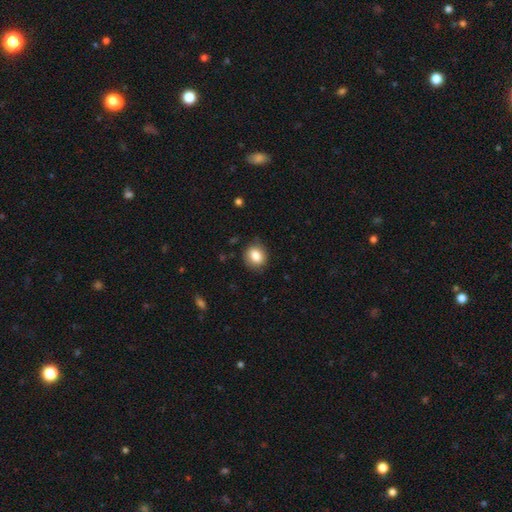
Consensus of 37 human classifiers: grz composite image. It shows a smooth galaxy with no disk features (86%) that is round (69%). Merging: none (77%).